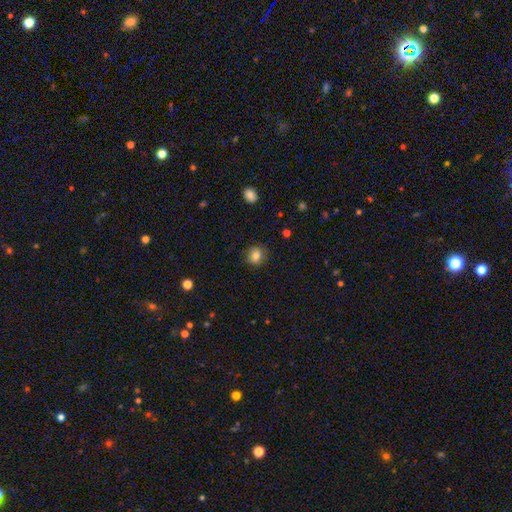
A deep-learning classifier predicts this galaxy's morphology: smooth-or-featured: smooth: 79% | star or artifact: 11% | featured or disk: 10%
  how-rounded: round: 81% | in between: 18% | cigar-shaped: 1%
  merging: none: 82% | minor disturbance: 14% | major disturbance: 3% | merger: 1%